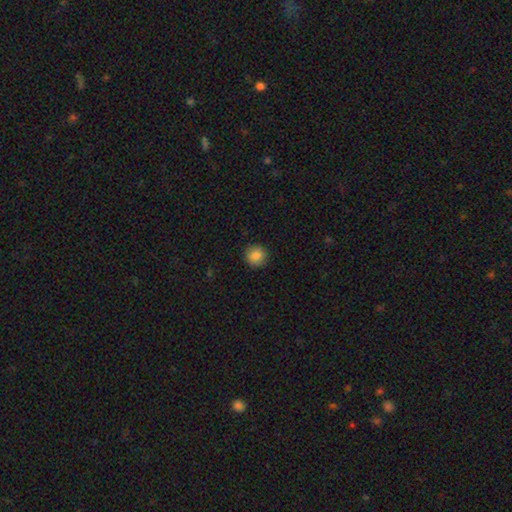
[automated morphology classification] smooth-or-featured: smooth: 85% | star or artifact: 9% | featured or disk: 5%
  how-rounded: round: 93% | in between: 6% | cigar-shaped: 1%
  merging: none: 91% | minor disturbance: 7% | major disturbance: 2% | merger: 1%